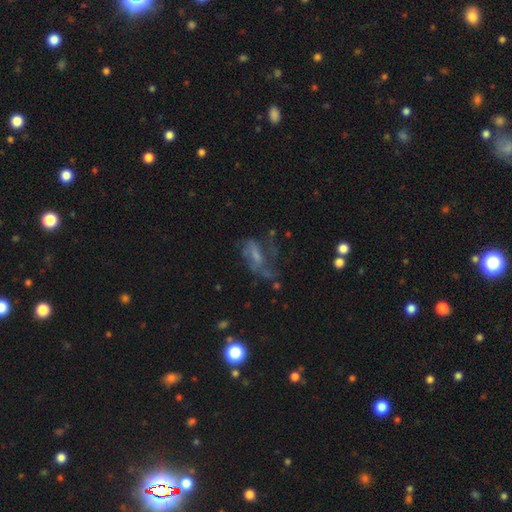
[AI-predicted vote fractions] smooth_or_featured: featured or disk (p=0.52) [alt: smooth p=0.31]
disk_edge_on: no (p=0.90) [alt: yes p=0.10]
merging: major disturbance (p=0.37) [tied with: none p=0.37]